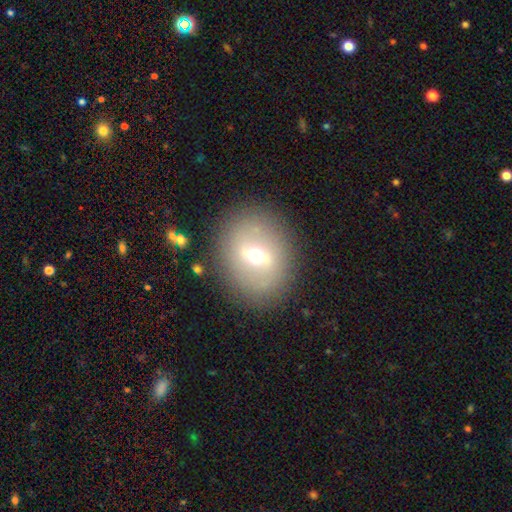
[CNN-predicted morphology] This is possibly a featured or disk galaxy (46%). Merging: clearly none (85%).